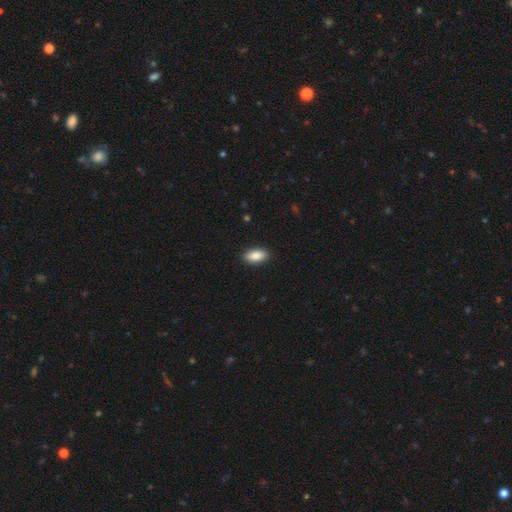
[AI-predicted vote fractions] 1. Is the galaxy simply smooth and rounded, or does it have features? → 88% smooth, 7% star or artifact, 6% featured or disk.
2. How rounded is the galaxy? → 91% in between, 6% cigar-shaped, 3% round.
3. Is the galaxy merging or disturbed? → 90% none, 7% minor disturbance, 2% major disturbance, 1% merger.